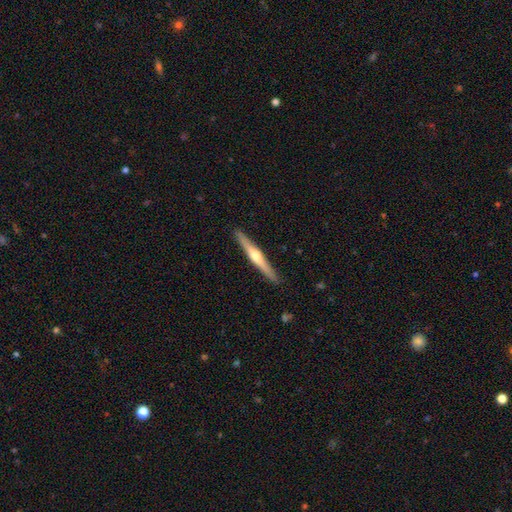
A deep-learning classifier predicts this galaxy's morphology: A featured or disk galaxy (70%) viewed edge-on (98%) with a rounded central bulge (91%).

Vote fractions:
- Smooth or featured? featured or disk: 70% / smooth: 25% / star or artifact: 5%
- Edge-on disk? yes: 98% / no: 2%
- Edge-on bulge? rounded: 91% / none: 6% / boxy: 3%
- Merging? none: 91% / minor disturbance: 7% / major disturbance: 1% / merger: 1%